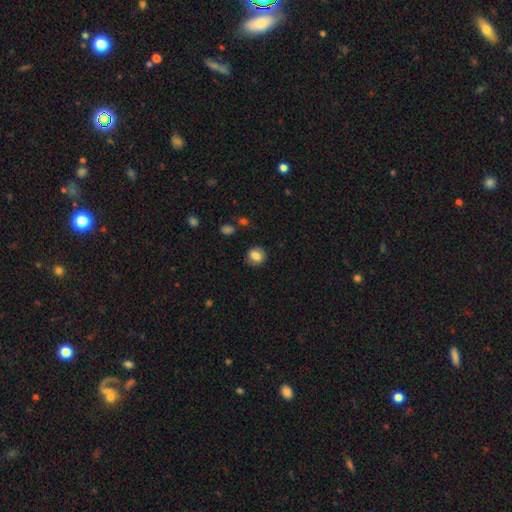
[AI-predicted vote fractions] Overall: smooth (81%). How rounded: round (78%). Merging: none (87%).